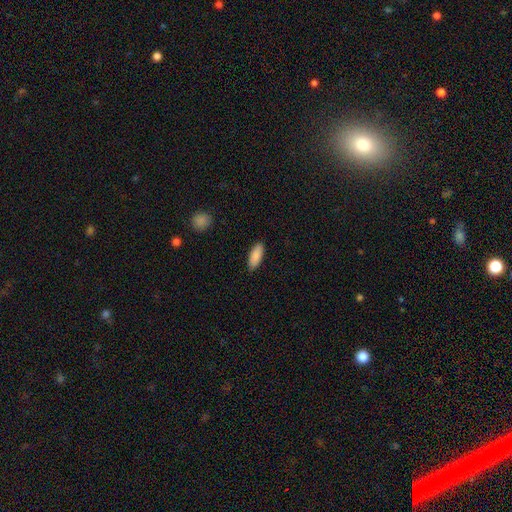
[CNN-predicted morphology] Smooth or featured: smooth — 89% (star or artifact — 6%)
How rounded: in between — 75% (cigar-shaped — 23%)
Merging: none — 88% (minor disturbance — 9%)